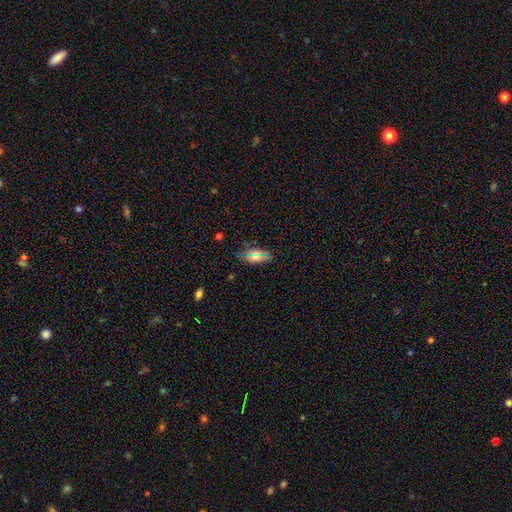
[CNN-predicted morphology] Smooth or featured?
  - smooth: 71% *
  - featured or disk: 16%
  - star or artifact: 12%
How rounded?
  - in between: 88% *
  - cigar-shaped: 9%
  - round: 4%
Merging?
  - none: 73% *
  - minor disturbance: 21%
  - major disturbance: 4%
  - merger: 2%